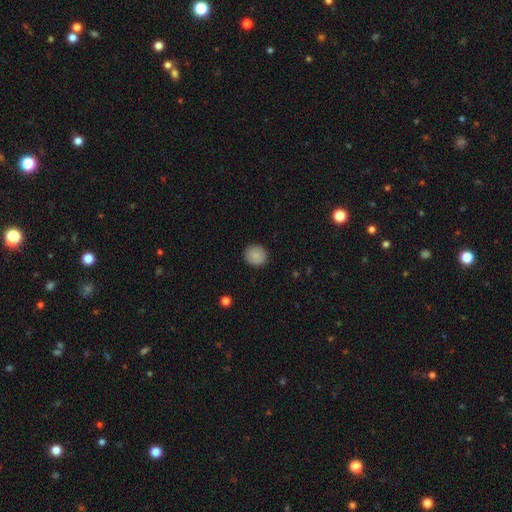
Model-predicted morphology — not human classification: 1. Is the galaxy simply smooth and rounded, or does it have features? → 88% smooth, 8% star or artifact, 4% featured or disk.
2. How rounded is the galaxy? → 86% round, 13% in between, 1% cigar-shaped.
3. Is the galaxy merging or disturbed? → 90% none, 7% minor disturbance, 2% major disturbance, 1% merger.